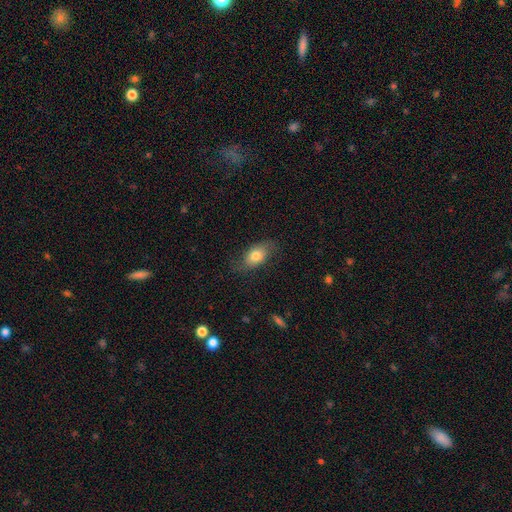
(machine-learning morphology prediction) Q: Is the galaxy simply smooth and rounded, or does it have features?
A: smooth — 71%.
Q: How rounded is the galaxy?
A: in between — 86%.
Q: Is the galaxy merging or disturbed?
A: none — 72%.